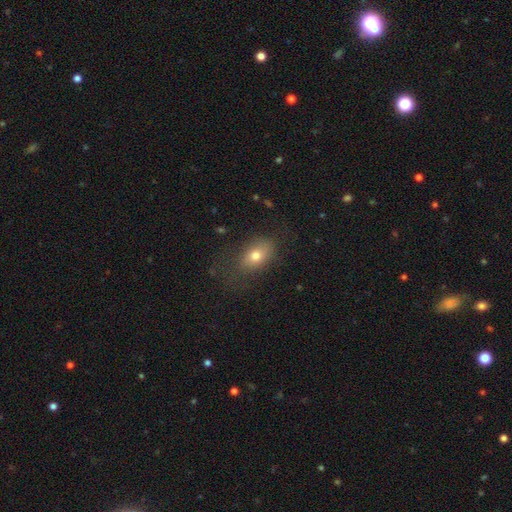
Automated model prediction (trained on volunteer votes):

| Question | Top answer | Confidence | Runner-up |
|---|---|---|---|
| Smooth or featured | smooth | 74% | featured or disk (15%) |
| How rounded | in between | 81% | round (16%) |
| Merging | none | 66% | minor disturbance (21%) |